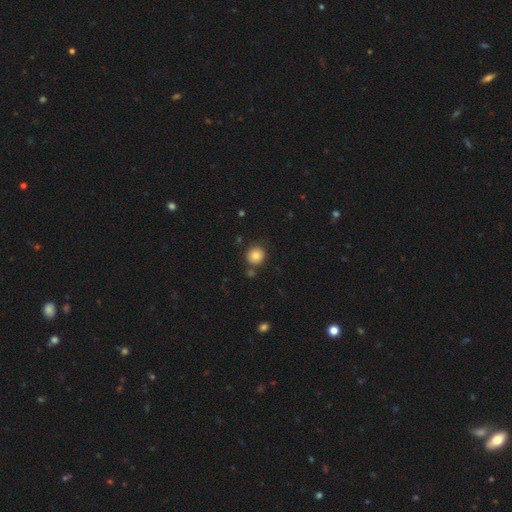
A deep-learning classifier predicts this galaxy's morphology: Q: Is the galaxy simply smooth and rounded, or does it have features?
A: smooth — 82%.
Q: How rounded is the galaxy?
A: round — 89%.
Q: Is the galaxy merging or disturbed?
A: none — 82%.